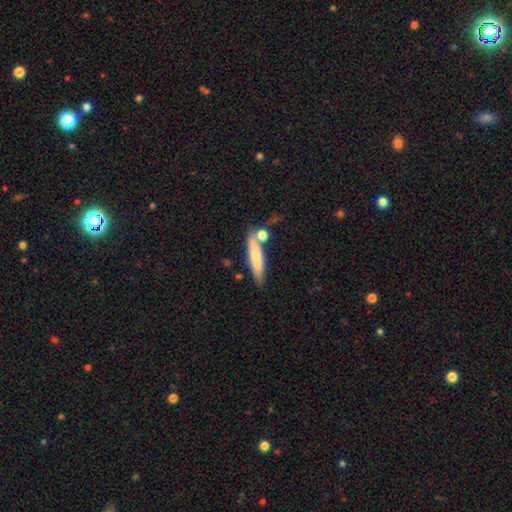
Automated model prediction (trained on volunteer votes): Smooth or featured?
  - smooth: 69% *
  - featured or disk: 25%
  - star or artifact: 6%
How rounded?
  - cigar-shaped: 83% *
  - in between: 15%
  - round: 2%
Merging?
  - none: 67% *
  - minor disturbance: 15%
  - merger: 14%
  - major disturbance: 4%